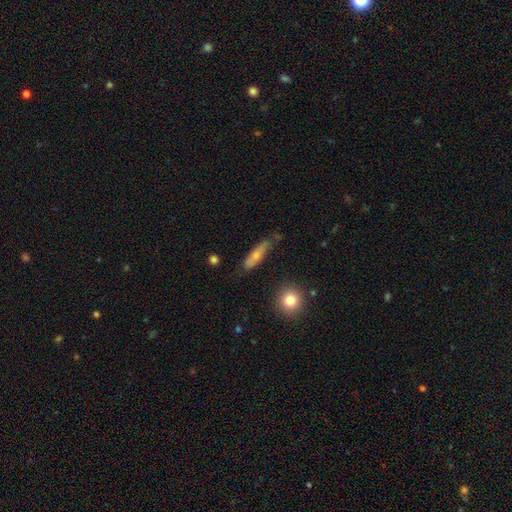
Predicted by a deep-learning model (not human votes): This appears to be a smooth galaxy with no disk features (64%) that is cigar-shaped (68%). Merging: none (65%).